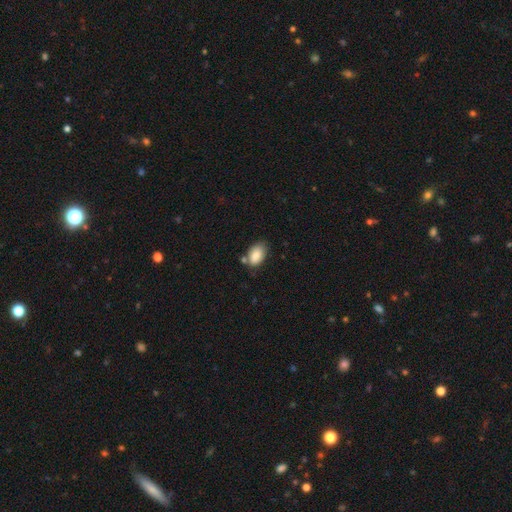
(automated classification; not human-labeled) smooth 84%, featured or disk 8%, star or artifact 7%. Down the decision tree: how rounded — in between (90%); merging — none (63%).